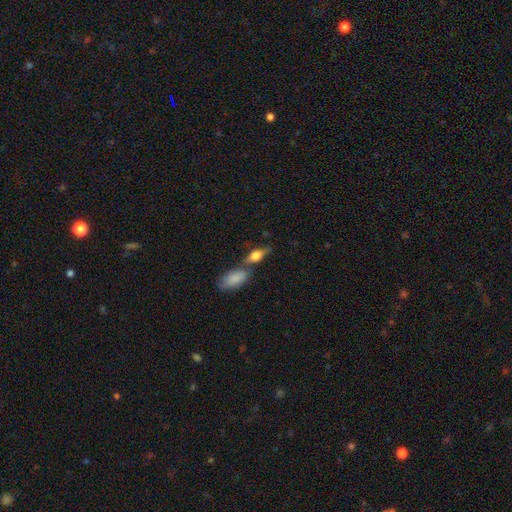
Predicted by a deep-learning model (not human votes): smooth-or-featured: smooth: 58% | featured or disk: 34% | star or artifact: 8%
  how-rounded: in between: 67% | cigar-shaped: 26% | round: 7%
  merging: none: 54% | merger: 28% | minor disturbance: 13% | major disturbance: 5%